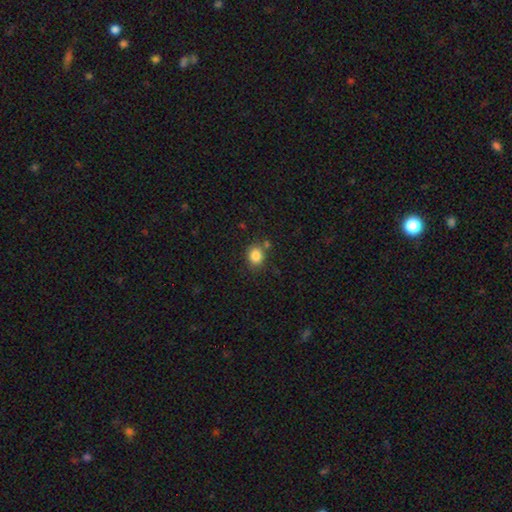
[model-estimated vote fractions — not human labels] Smooth or featured? Predicted: smooth (p=0.84). How rounded? Predicted: round (p=0.68). Merging? Predicted: none (p=0.76).